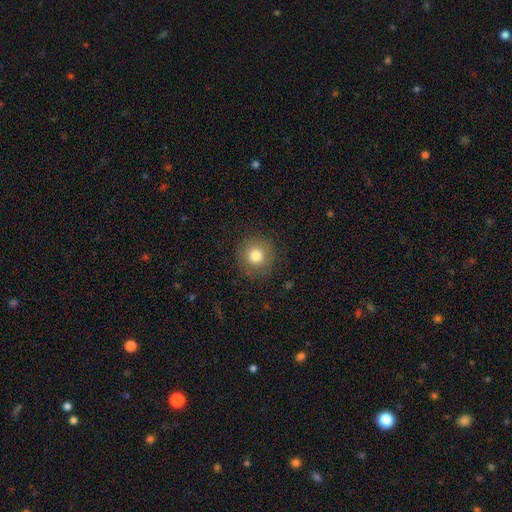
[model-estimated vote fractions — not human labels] A smooth galaxy with no disk features (81%) that is round (94%).

Vote fractions:
- Smooth or featured? smooth: 81% / star or artifact: 10% / featured or disk: 9%
- How rounded? round: 94% / in between: 5% / cigar-shaped: 1%
- Merging? none: 87% / minor disturbance: 8% / major disturbance: 3% / merger: 1%